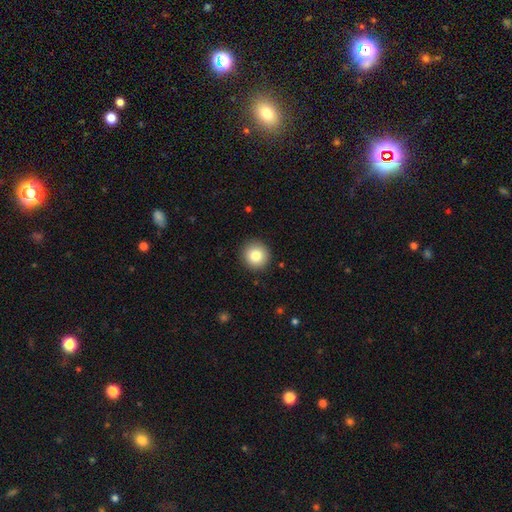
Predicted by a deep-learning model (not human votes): Q: Smooth or featured?
A: smooth (83%); runner-up: star or artifact (9%)
Q: How rounded?
A: round (94%); runner-up: in between (5%)
Q: Merging?
A: none (92%); runner-up: minor disturbance (6%)